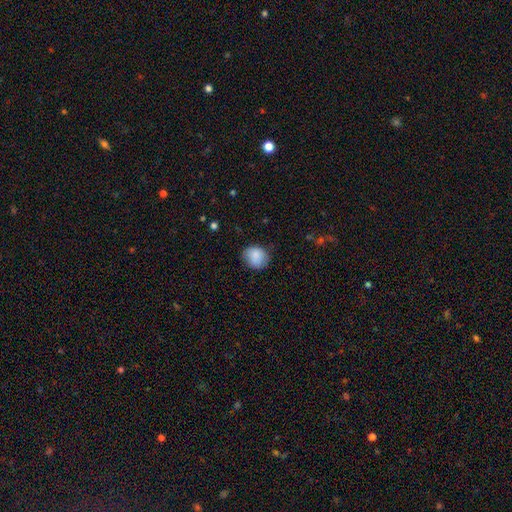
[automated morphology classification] A smooth galaxy with no disk features (86%) that is round (73%). Merging: none (76%).